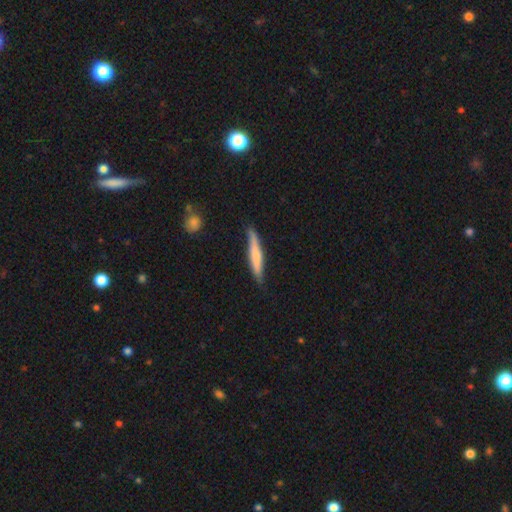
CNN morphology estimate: Smooth or featured? smooth (61%)
How rounded? cigar-shaped (93%)
Merging? none (80%)